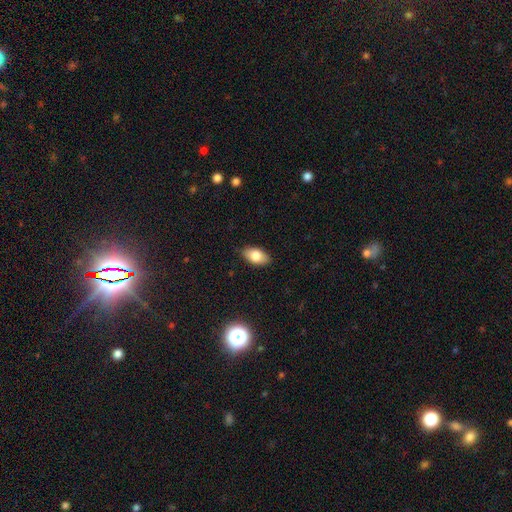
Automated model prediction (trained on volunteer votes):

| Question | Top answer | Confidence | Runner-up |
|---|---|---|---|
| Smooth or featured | smooth | 78% | featured or disk (14%) |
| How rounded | in between | 92% | round (5%) |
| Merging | none | 85% | minor disturbance (11%) |